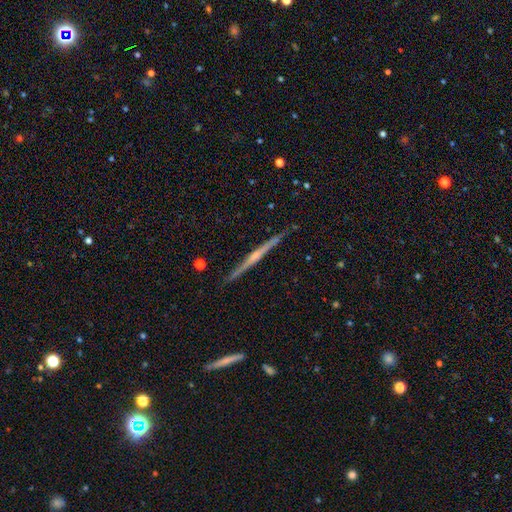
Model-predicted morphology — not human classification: Smooth or featured? featured or disk (78%)
Edge-on disk? yes (98%)
Edge-on bulge? rounded (57%)
Merging? none (89%)